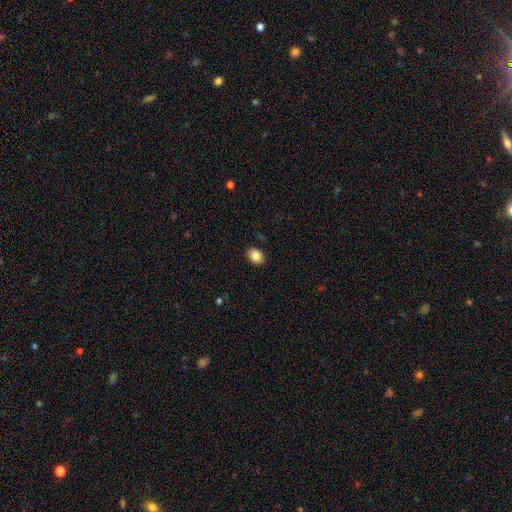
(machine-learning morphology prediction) Smooth or featured?
  - smooth: 84% *
  - star or artifact: 9%
  - featured or disk: 7%
How rounded?
  - in between: 64% *
  - round: 35%
  - cigar-shaped: 1%
Merging?
  - none: 89% *
  - minor disturbance: 8%
  - major disturbance: 2%
  - merger: 1%